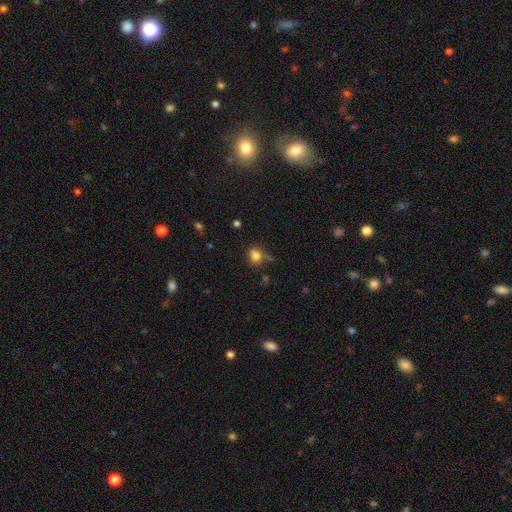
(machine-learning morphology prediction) type=smooth (77%); roundness=round (62%); merging=none (56%).